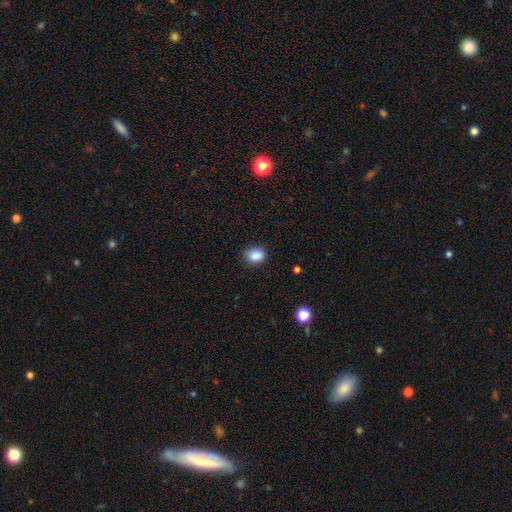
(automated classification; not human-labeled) smooth_or_featured: smooth (p=0.87) [alt: star or artifact p=0.09]
how_rounded: in between (p=0.56) [alt: round p=0.43]
merging: none (p=0.82) [alt: minor disturbance p=0.14]